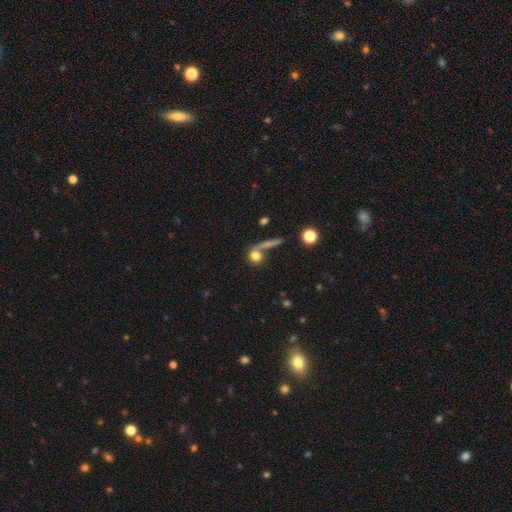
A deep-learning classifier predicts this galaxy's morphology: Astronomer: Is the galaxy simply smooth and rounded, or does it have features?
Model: smooth — 74%.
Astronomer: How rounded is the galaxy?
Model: round — 79%.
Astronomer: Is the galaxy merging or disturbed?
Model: none — 52% (runner-up: merger, 27%).